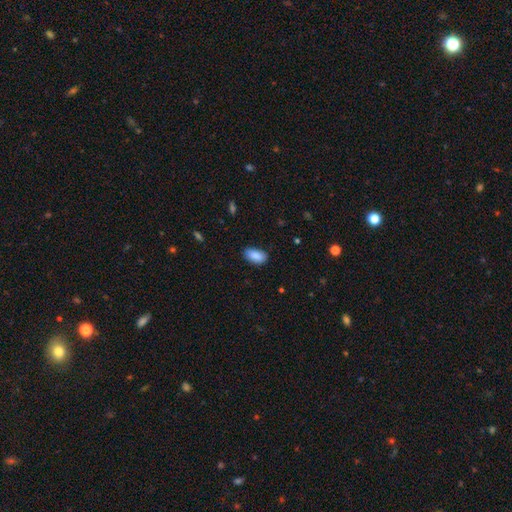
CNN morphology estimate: Smooth or featured?
  - smooth: 89% *
  - star or artifact: 7%
  - featured or disk: 5%
How rounded?
  - in between: 94% *
  - round: 3%
  - cigar-shaped: 3%
Merging?
  - none: 83% *
  - minor disturbance: 13%
  - major disturbance: 2%
  - merger: 1%